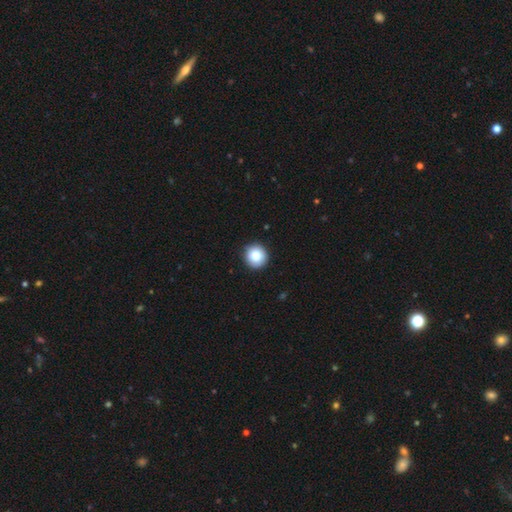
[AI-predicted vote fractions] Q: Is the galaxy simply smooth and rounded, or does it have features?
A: smooth — 82%.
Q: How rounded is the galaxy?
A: round — 94%.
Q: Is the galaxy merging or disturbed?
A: none — 90%.